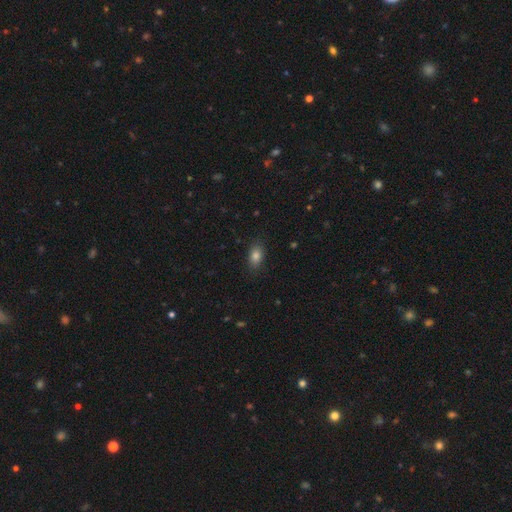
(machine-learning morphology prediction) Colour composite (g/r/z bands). It shows a smooth galaxy with no disk features (83%) that is in between round and cigar-shaped (84%). Merging: none (85%).